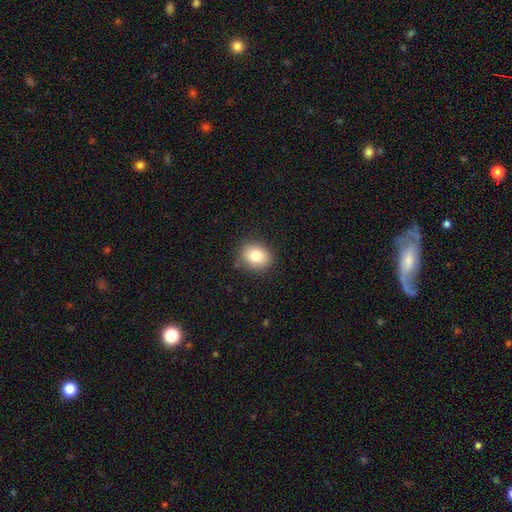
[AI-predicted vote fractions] A smooth galaxy with no disk features (80%) that is round (52%). Merging: none (85%).